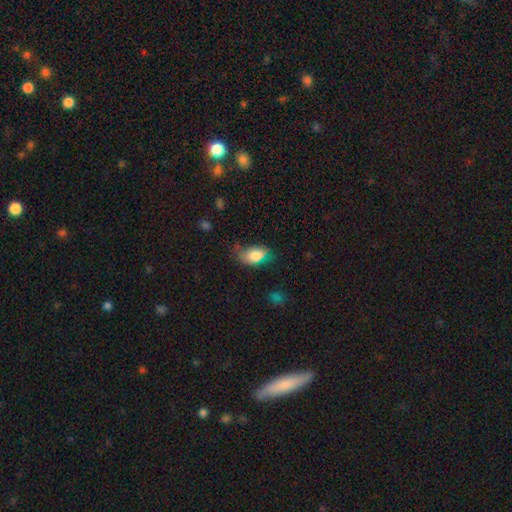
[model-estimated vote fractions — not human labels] Morphology: type=smooth (80%); roundness=in between (91%); merging=none (48%).